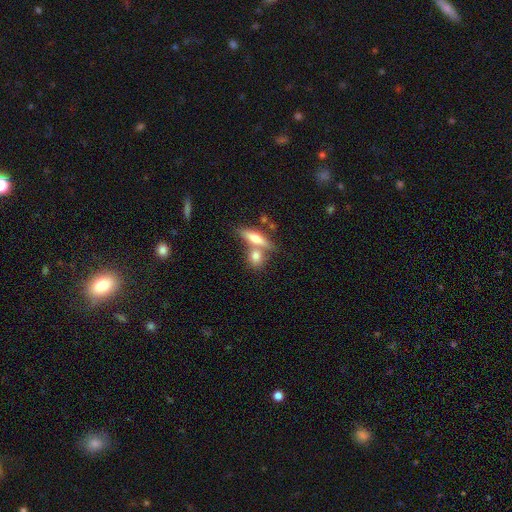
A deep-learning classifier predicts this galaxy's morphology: smooth-or-featured: smooth: 71% | featured or disk: 22% | star or artifact: 7%
  how-rounded: in between: 41% | round: 33% | cigar-shaped: 26%
  merging: none: 47% | merger: 40% | minor disturbance: 9% | major disturbance: 4%